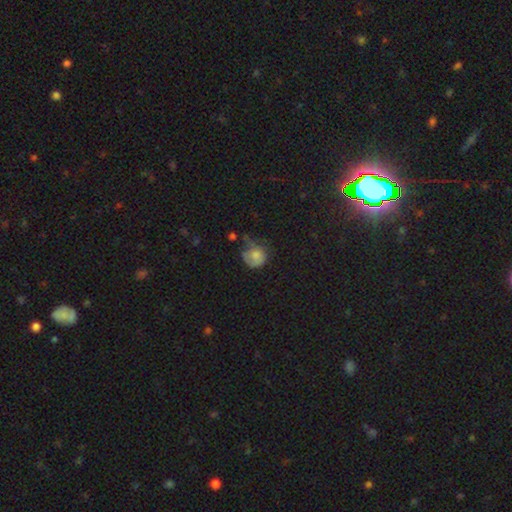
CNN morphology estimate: This is likely a smooth galaxy (64%). How rounded: likely round (76%). Merging: marginally none (35%).